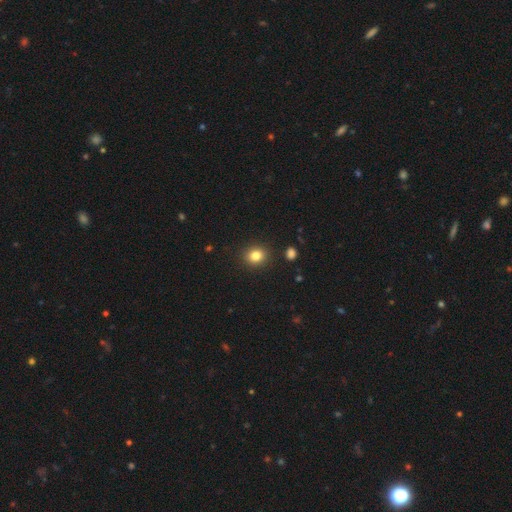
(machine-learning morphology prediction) type=smooth (83%); roundness=round (75%); merging=none (90%).